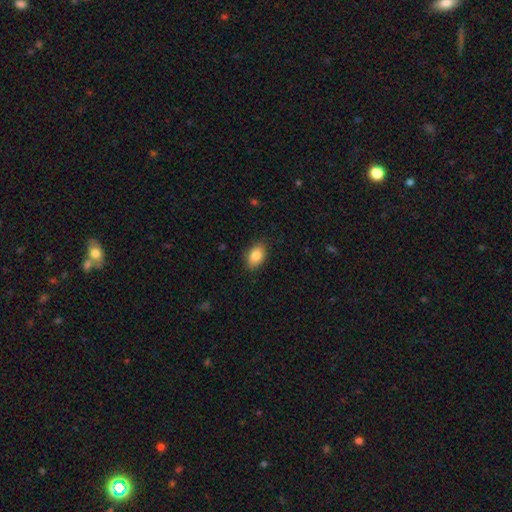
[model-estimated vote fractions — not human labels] The model was most divided on "merging": none: 85%, minor disturbance: 11%, major disturbance: 3%, merger: 1%. More confident: how rounded — in between (86%); smooth or featured — smooth (85%).